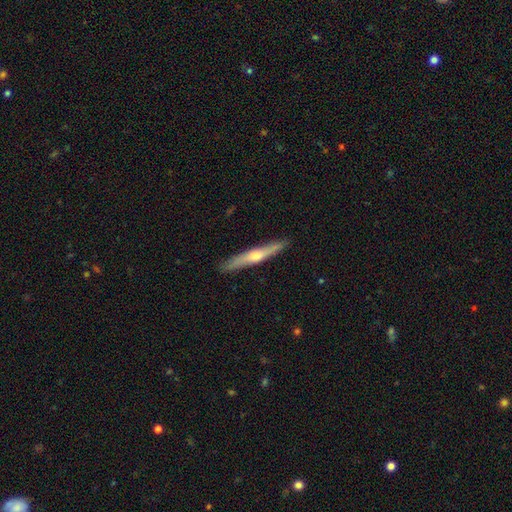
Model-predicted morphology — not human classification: The model was most divided on "smooth or featured": featured or disk: 60%, smooth: 35%, star or artifact: 5%. More confident: edge-on disk — yes (95%); merging — none (90%); edge-on bulge — rounded (82%).